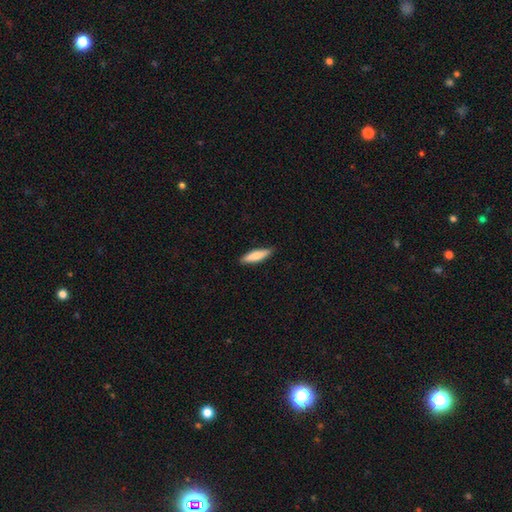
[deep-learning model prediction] Smooth or featured?
  - smooth: 79% *
  - featured or disk: 15%
  - star or artifact: 5%
How rounded?
  - cigar-shaped: 69% *
  - in between: 29%
  - round: 2%
Merging?
  - none: 86% *
  - minor disturbance: 11%
  - major disturbance: 2%
  - merger: 1%